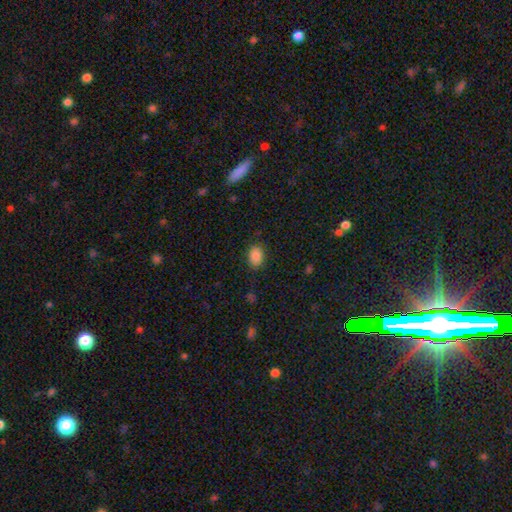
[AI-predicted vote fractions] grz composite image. It shows a smooth galaxy with no disk features (86%) that is in between round and cigar-shaped (73%). Merging: none (82%).